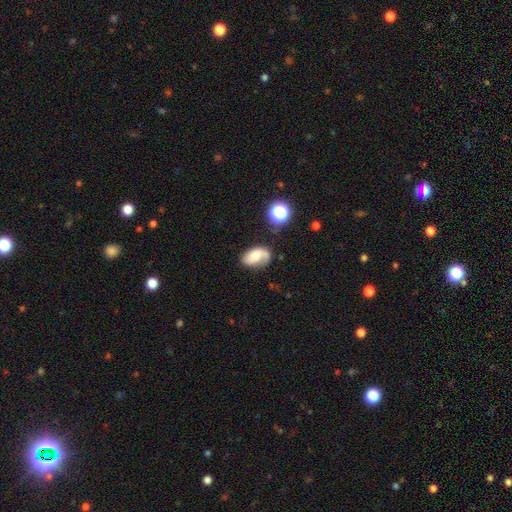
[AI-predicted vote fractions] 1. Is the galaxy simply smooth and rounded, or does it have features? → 46% featured or disk, 43% smooth, 10% star or artifact.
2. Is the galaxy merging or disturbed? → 53% none, 26% minor disturbance, 16% major disturbance, 4% merger.